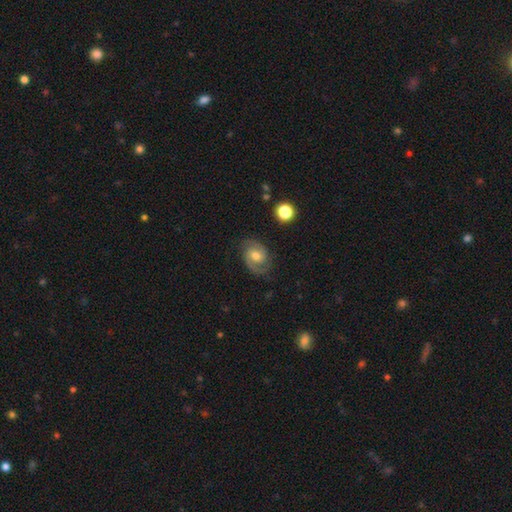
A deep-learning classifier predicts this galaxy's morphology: smooth-or-featured: featured or disk: 79% | smooth: 14% | star or artifact: 7%
  disk-edge-on: no: 98% | yes: 2%
    bar: no: 52% | weak: 40% | strong: 8%
    has-spiral-arms: yes: 95% | no: 5%
      spiral-winding: medium: 50% | tight: 36% | loose: 13%
      spiral-arm-count: 2: 90% | can't tell: 4% | 1: 3% | 3: 1% | 4: 1% | more than 4: 1%
    bulge-size: moderate: 71% | small: 19% | large: 7% | none: 2% | dominant: 1%
  merging: none: 80% | minor disturbance: 14% | major disturbance: 5% | merger: 1%